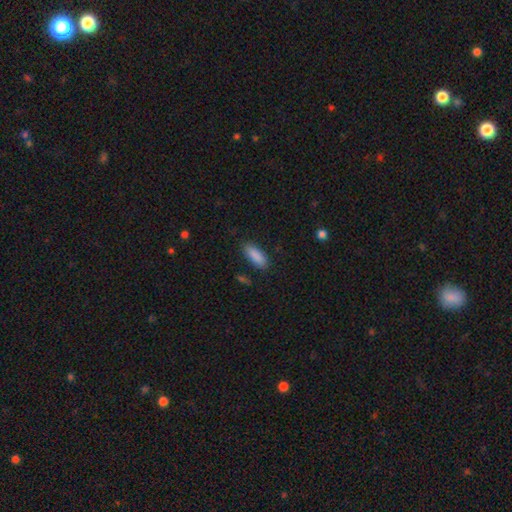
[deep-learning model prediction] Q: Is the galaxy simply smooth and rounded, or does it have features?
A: smooth — 89%.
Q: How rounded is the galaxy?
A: in between — 72%.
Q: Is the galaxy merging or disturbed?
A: none — 83%.